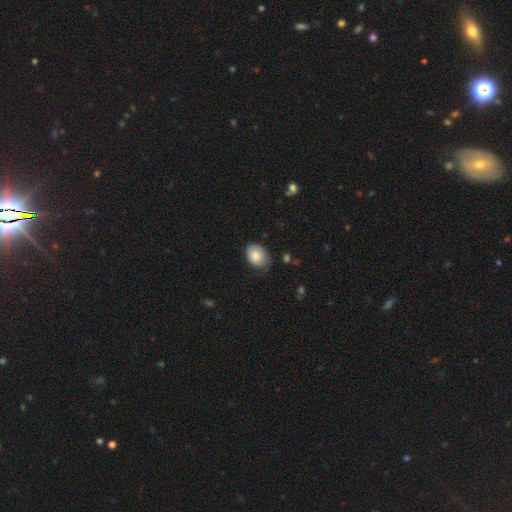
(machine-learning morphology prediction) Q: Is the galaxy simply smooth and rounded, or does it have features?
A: smooth — 84%.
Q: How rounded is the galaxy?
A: in between — 72%.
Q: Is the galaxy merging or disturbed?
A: none — 73%.